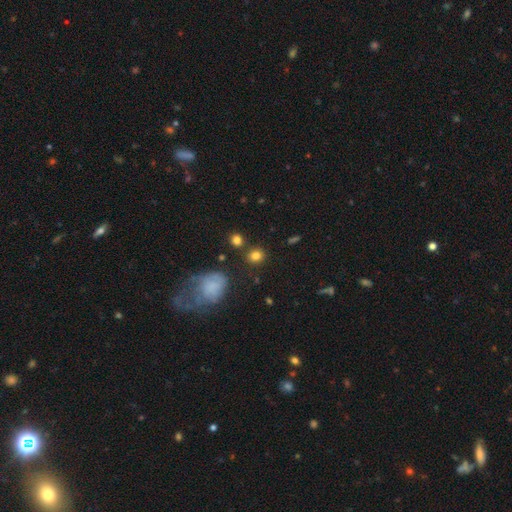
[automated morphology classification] A smooth galaxy with no disk features (80%) that is round (71%).

Vote fractions:
- Smooth or featured? smooth: 80% / star or artifact: 13% / featured or disk: 7%
- How rounded? round: 71% / in between: 27% / cigar-shaped: 1%
- Merging? none: 80% / minor disturbance: 10% / merger: 6% / major disturbance: 3%